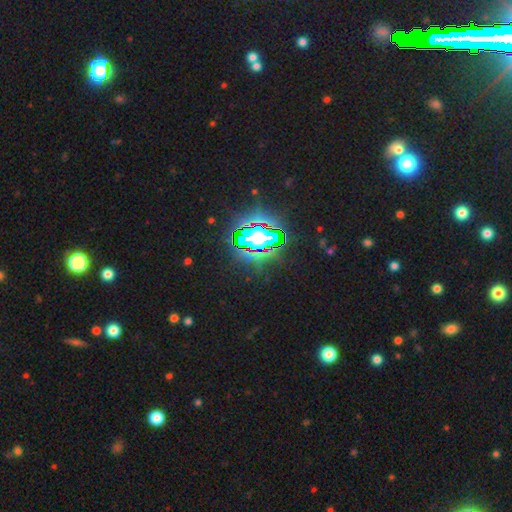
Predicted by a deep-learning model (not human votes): This is clearly a star or artifact rather than a galaxy (83%).